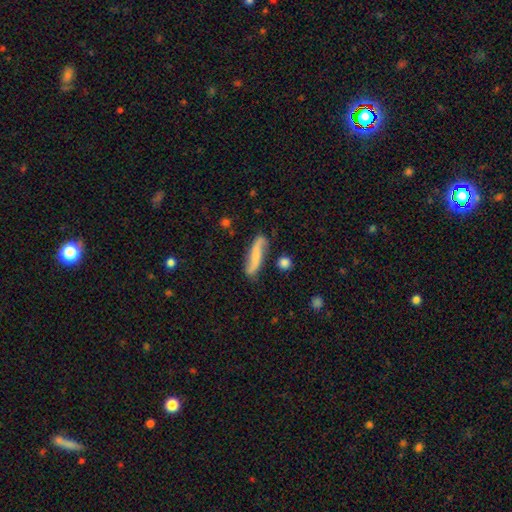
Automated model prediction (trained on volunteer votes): The model was most divided on "smooth or featured": featured or disk: 54%, smooth: 40%, star or artifact: 7%. More confident: edge-on disk — no (75%); merging — none (74%).